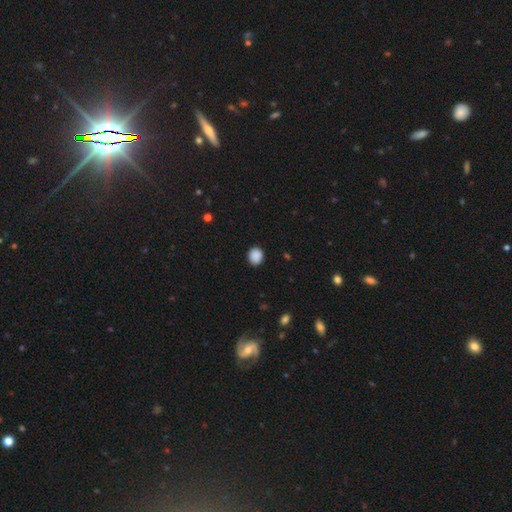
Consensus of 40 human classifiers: smooth-or-featured: smooth: 88% | star or artifact: 12% | featured or disk: 0%
  how-rounded: round: 77% | in between: 23% | cigar-shaped: 0%
  merging: none: 94% | minor disturbance: 6% | major disturbance: 0% | merger: 0%